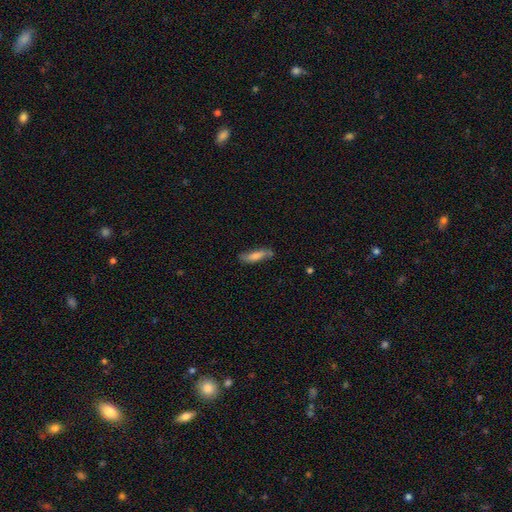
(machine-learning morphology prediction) Smooth or featured: smooth — 65% (featured or disk — 27%)
How rounded: cigar-shaped — 67% (in between — 31%)
Merging: none — 66% (minor disturbance — 23%)